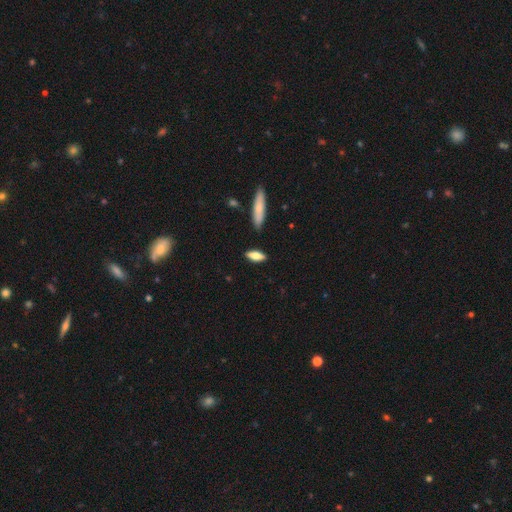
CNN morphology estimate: The model was most divided on "how rounded": in between: 66%, cigar-shaped: 31%, round: 2%. More confident: merging — none (86%); smooth or featured — smooth (75%).